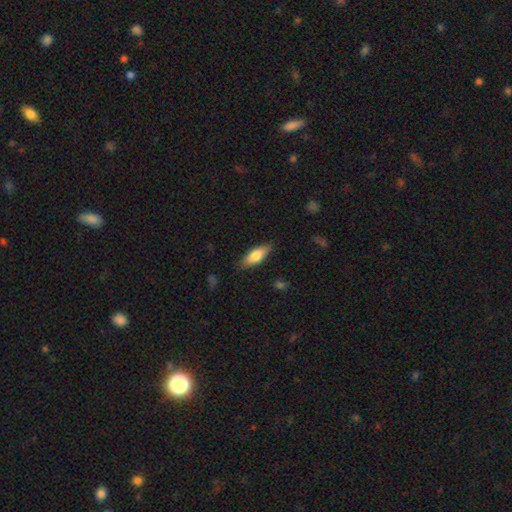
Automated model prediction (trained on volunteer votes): smooth 74%, featured or disk 20%, star or artifact 6%. Down the decision tree: how rounded — in between (70%); merging — none (85%).